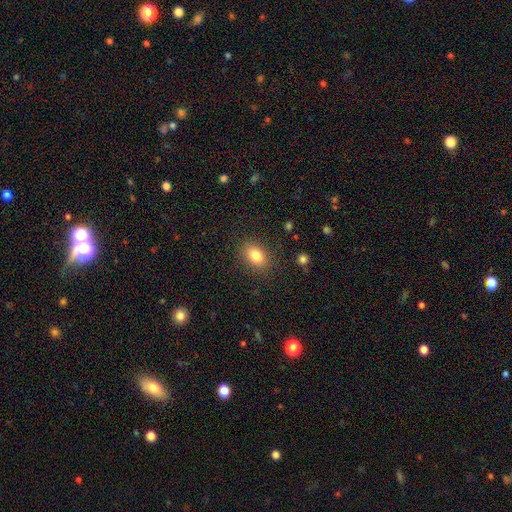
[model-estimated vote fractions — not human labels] Smooth or featured: smooth — 82% (star or artifact — 10%)
How rounded: in between — 77% (round — 22%)
Merging: none — 85% (minor disturbance — 10%)